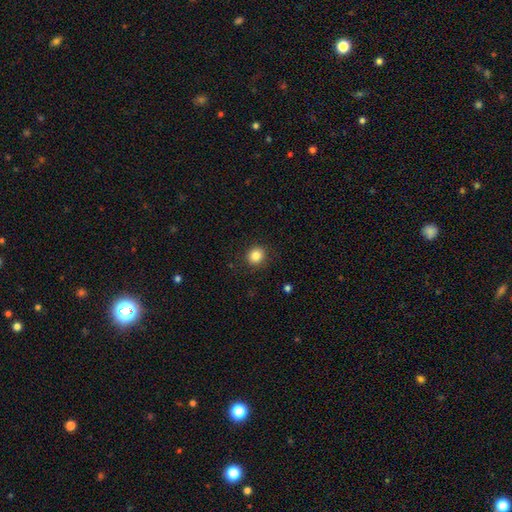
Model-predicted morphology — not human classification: smooth-or-featured: smooth: 85% | star or artifact: 10% | featured or disk: 5%
  how-rounded: round: 85% | in between: 14% | cigar-shaped: 1%
  merging: none: 89% | minor disturbance: 7% | major disturbance: 2% | merger: 1%